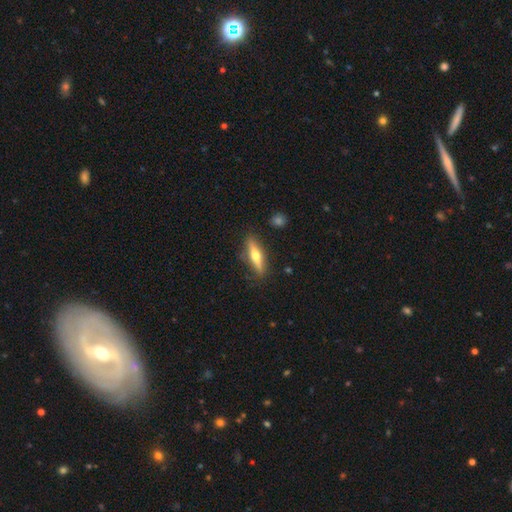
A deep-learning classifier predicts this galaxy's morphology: Q: Smooth or featured?
A: featured or disk (56%); runner-up: smooth (38%)
Q: Edge-on disk?
A: yes (93%); runner-up: no (7%)
Q: Edge-on bulge?
A: rounded (93%); runner-up: none (4%)
Q: Merging?
A: none (85%); runner-up: minor disturbance (10%)